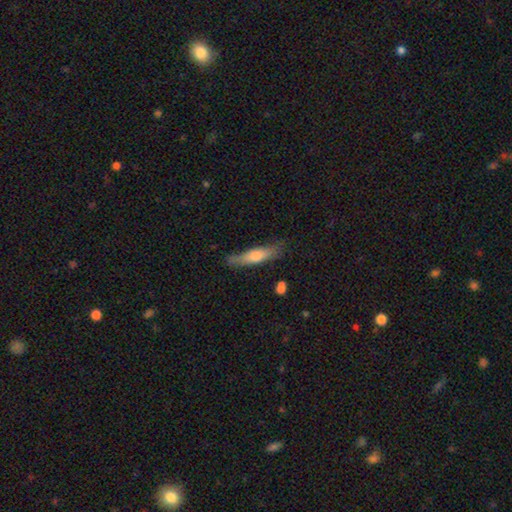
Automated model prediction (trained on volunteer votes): smooth-or-featured: smooth: 55% | featured or disk: 39% | star or artifact: 6%
  how-rounded: cigar-shaped: 78% | in between: 20% | round: 2%
  merging: none: 75% | minor disturbance: 19% | major disturbance: 4% | merger: 2%